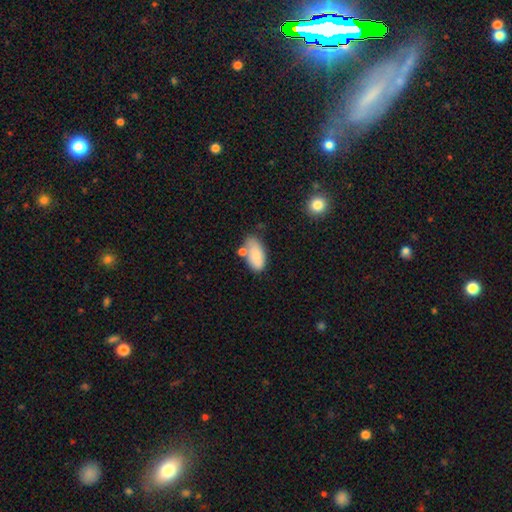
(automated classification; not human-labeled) This appears to be a smooth galaxy with no disk features (82%) that is in between round and cigar-shaped (92%). Merging: none (53%).